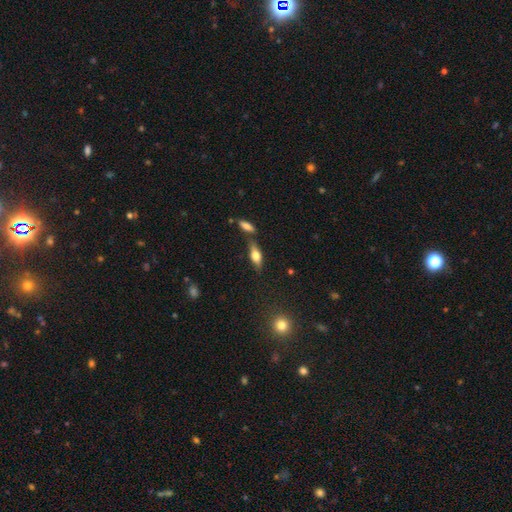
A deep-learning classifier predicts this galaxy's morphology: Smooth or featured? smooth (54%)
How rounded? in between (65%)
Merging? none (68%)